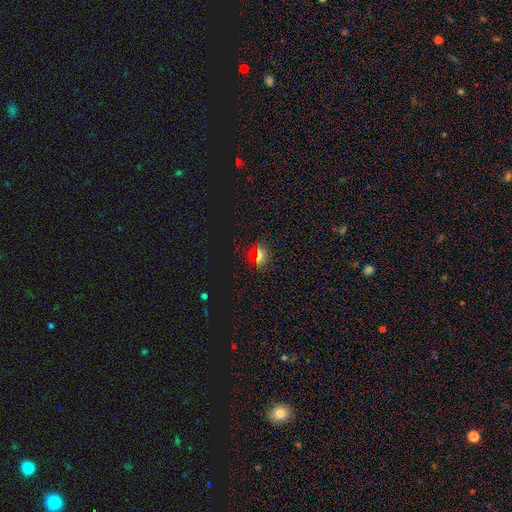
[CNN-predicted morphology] type=smooth (54%); roundness=round (52%); merging=none (86%).